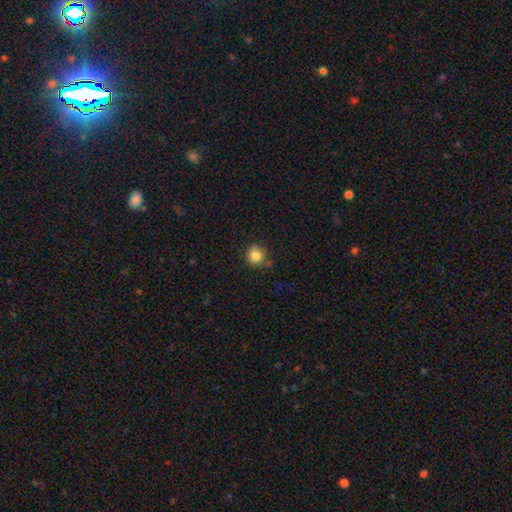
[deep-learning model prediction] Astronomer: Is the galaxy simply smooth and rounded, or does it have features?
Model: smooth — 83%.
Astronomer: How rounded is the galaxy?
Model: round — 86%.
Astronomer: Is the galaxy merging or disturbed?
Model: none — 71%.